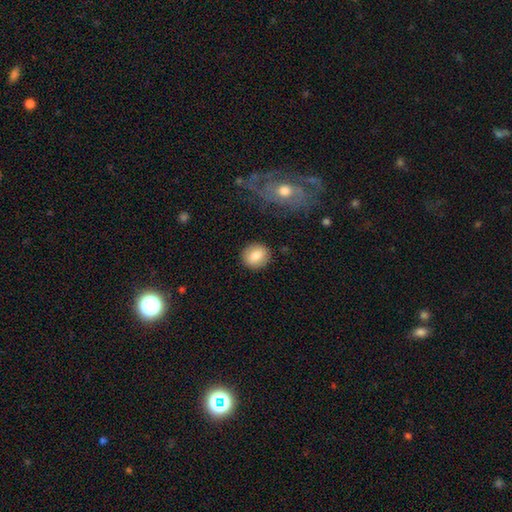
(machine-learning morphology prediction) smooth-or-featured: smooth: 80% | featured or disk: 12% | star or artifact: 8%
  how-rounded: round: 82% | in between: 17% | cigar-shaped: 1%
  merging: none: 89% | minor disturbance: 7% | major disturbance: 2% | merger: 2%